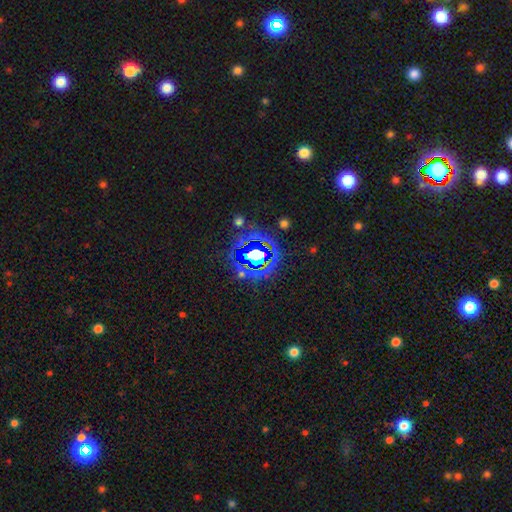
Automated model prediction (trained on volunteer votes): A star or artifact, not a galaxy (72%).

Vote fractions:
- Smooth or featured? star or artifact: 72% / smooth: 15% / featured or disk: 13%